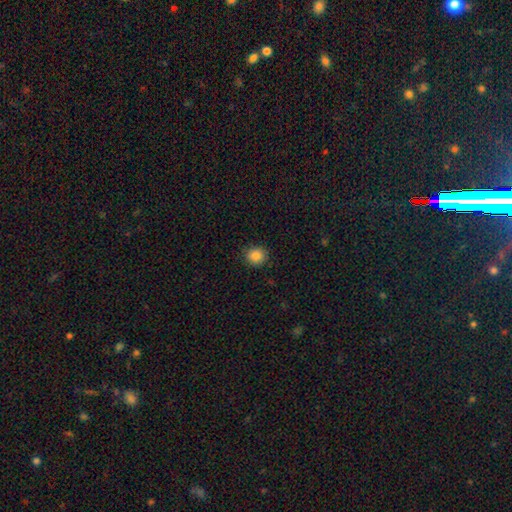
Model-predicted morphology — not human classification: This is clearly a smooth galaxy (85%). How rounded: clearly round (86%). Merging: clearly none (90%).